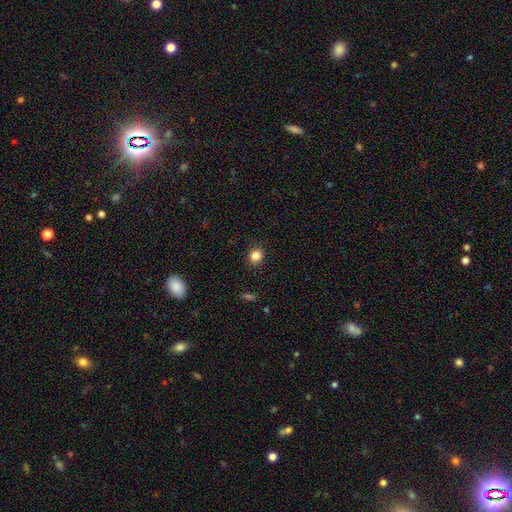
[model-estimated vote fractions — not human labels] A smooth galaxy with no disk features (84%) that is round (84%).

Vote fractions:
- Smooth or featured? smooth: 84% / star or artifact: 12% / featured or disk: 4%
- How rounded? round: 84% / in between: 15% / cigar-shaped: 1%
- Merging? none: 90% / minor disturbance: 7% / major disturbance: 2% / merger: 1%